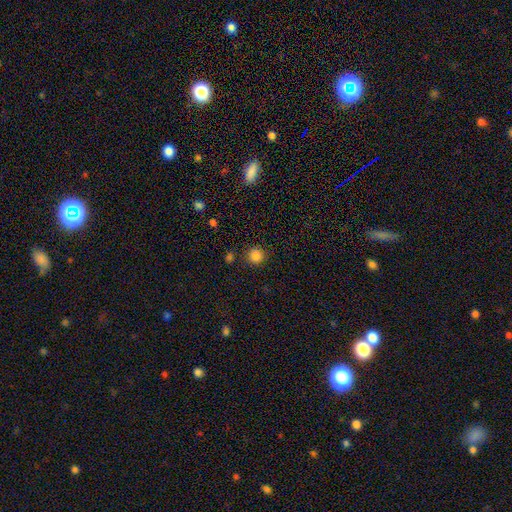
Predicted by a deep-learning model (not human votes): Smooth or featured?
  - smooth: 84% *
  - star or artifact: 12%
  - featured or disk: 4%
How rounded?
  - round: 94% *
  - in between: 5%
  - cigar-shaped: 1%
Merging?
  - none: 88% *
  - minor disturbance: 7%
  - major disturbance: 3%
  - merger: 2%